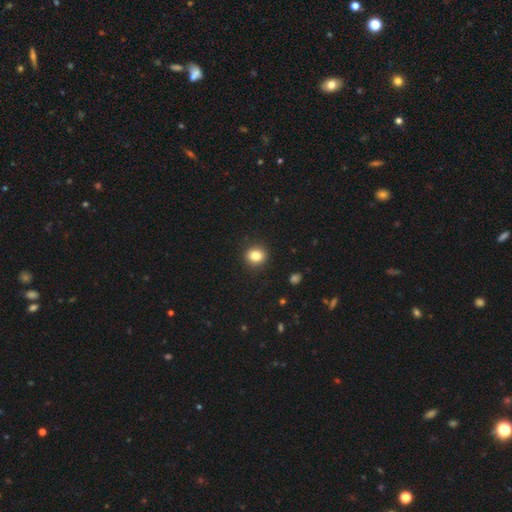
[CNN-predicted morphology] Q: Smooth or featured?
A: smooth (84%); runner-up: star or artifact (10%)
Q: How rounded?
A: round (76%); runner-up: in between (23%)
Q: Merging?
A: none (91%); runner-up: minor disturbance (6%)